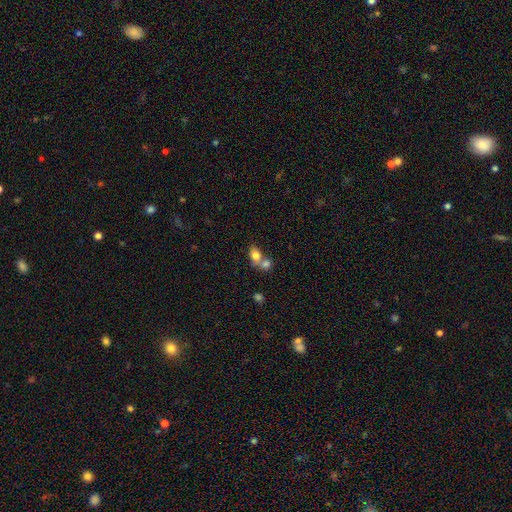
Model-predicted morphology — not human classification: smooth 77%, featured or disk 13%, star or artifact 10%. Down the decision tree: how rounded — in between (66%); merging — merger (57%).